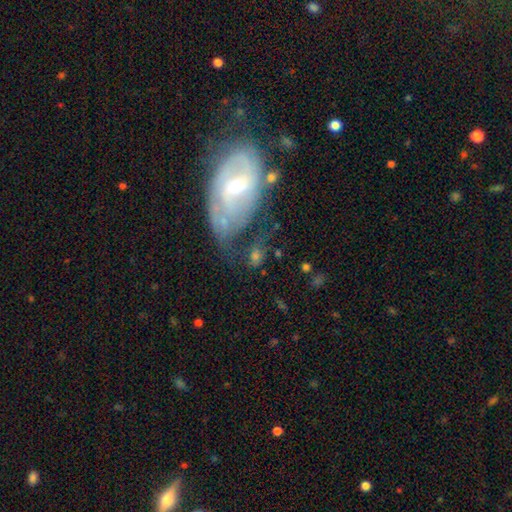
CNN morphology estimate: smooth-or-featured: featured or disk: 53% | smooth: 35% | star or artifact: 12%
  disk-edge-on: no: 90% | yes: 10%
  merging: none: 45% | minor disturbance: 22% | major disturbance: 21% | merger: 12%